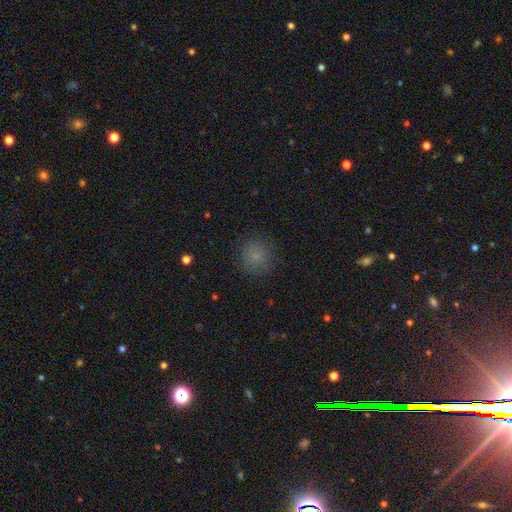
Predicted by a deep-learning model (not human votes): smooth 80%, star or artifact 14%, featured or disk 6%. Down the decision tree: how rounded — round (91%); merging — none (87%).